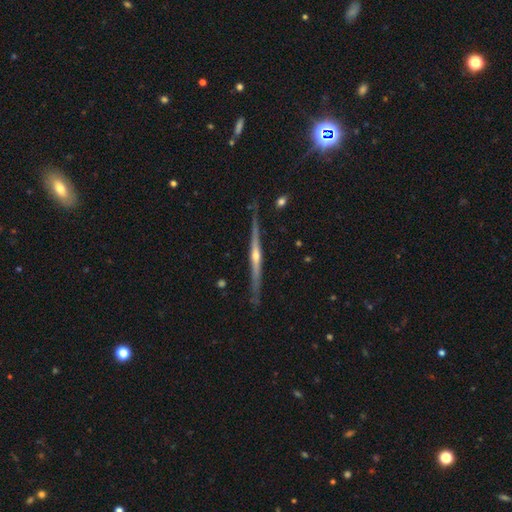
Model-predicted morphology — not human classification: Smooth or featured: featured or disk — 83% (smooth — 11%)
Edge-on disk: yes — 98% (no — 2%)
Edge-on bulge: rounded — 83% (none — 13%)
Merging: none — 83% (minor disturbance — 13%)